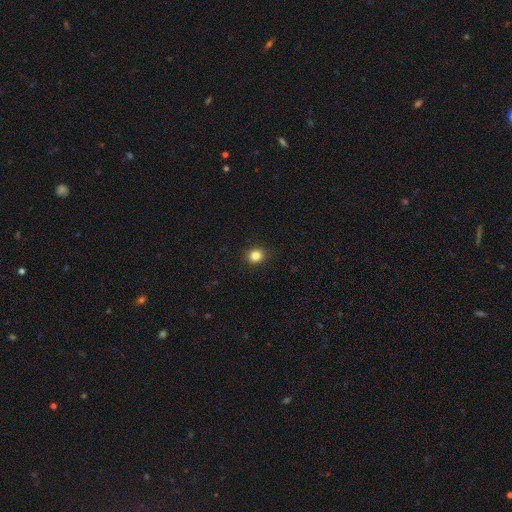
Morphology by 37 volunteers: Volunteers were most divided on "how rounded": round: 94%, in between: 6%, cigar-shaped: 0%. More confident: merging — none (97%); smooth or featured — smooth (95%).